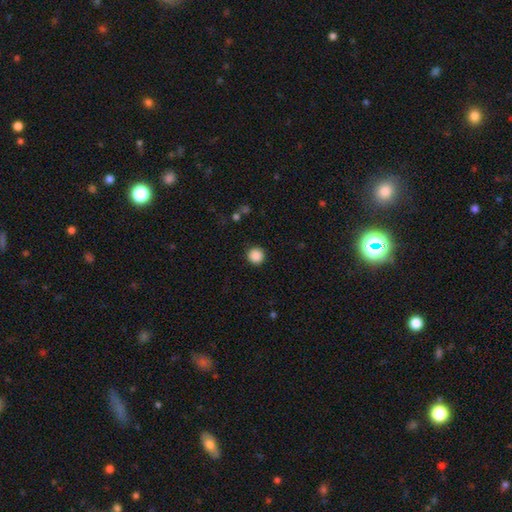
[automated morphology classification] Smooth or featured: smooth — 88% (star or artifact — 9%)
How rounded: round — 96% (in between — 3%)
Merging: none — 92% (minor disturbance — 5%)